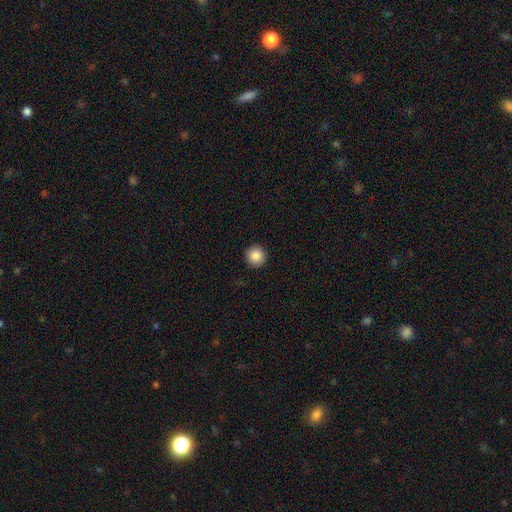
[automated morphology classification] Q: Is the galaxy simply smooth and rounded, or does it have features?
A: smooth — 87%.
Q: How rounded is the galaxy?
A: round — 96%.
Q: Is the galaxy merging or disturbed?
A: none — 92%.